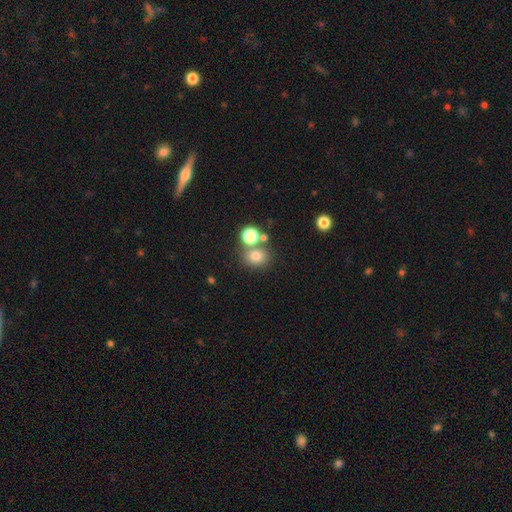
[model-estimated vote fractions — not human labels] Q: Smooth or featured?
A: smooth (75%); runner-up: star or artifact (16%)
Q: How rounded?
A: round (69%); runner-up: in between (30%)
Q: Merging?
A: none (62%); runner-up: merger (25%)